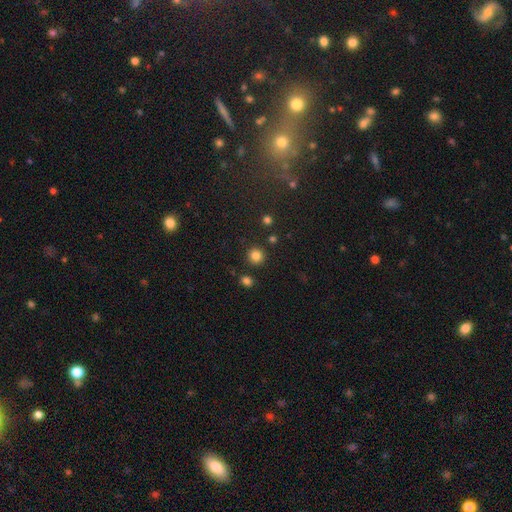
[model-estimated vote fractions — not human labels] This appears to be a smooth galaxy with no disk features (83%) that is round (93%). Merging: none (88%).